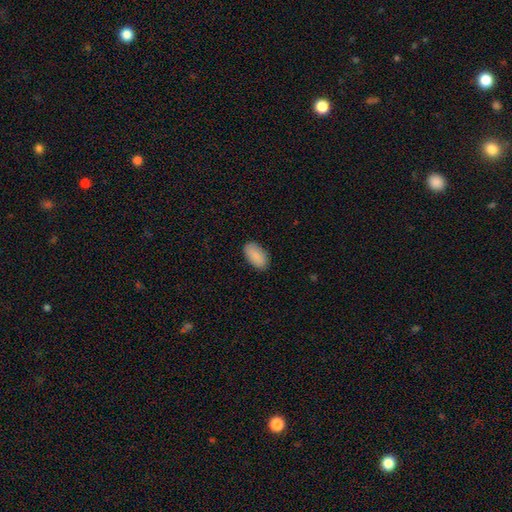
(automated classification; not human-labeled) Smooth or featured? smooth (90%)
How rounded? in between (95%)
Merging? none (87%)